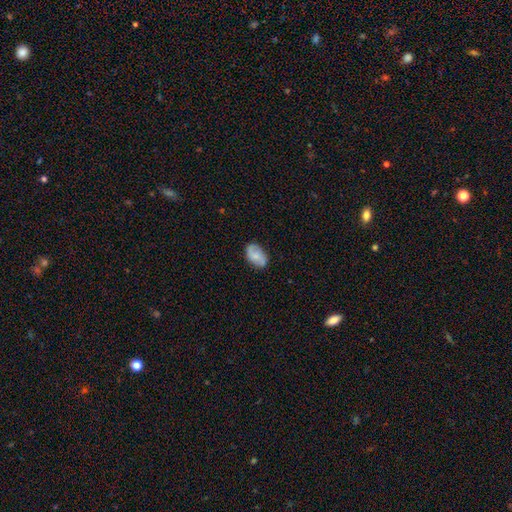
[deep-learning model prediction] Overall: smooth (56%; featured or disk 37%). How rounded: in between (88%). Merging: none (75%).